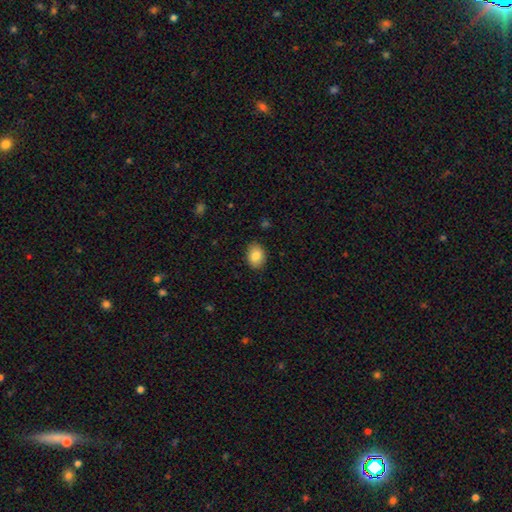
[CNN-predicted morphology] smooth-or-featured: smooth: 85% | star or artifact: 8% | featured or disk: 7%
  how-rounded: in between: 71% | round: 28% | cigar-shaped: 1%
  merging: none: 87% | minor disturbance: 10% | major disturbance: 2% | merger: 1%